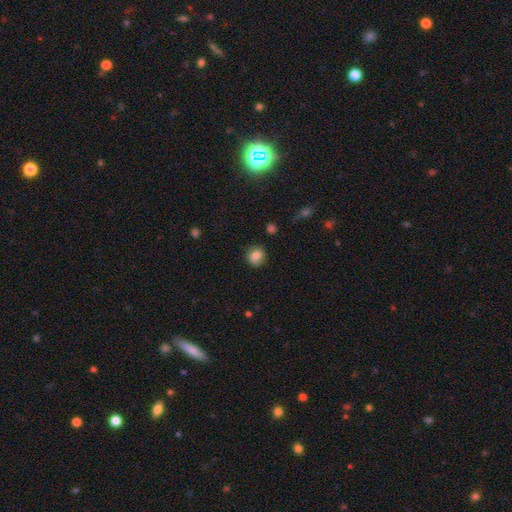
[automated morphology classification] A smooth galaxy with no disk features (80%) that is round (75%).

Vote fractions:
- Smooth or featured? smooth: 80% / featured or disk: 11% / star or artifact: 10%
- How rounded? round: 75% / in between: 24% / cigar-shaped: 1%
- Merging? none: 81% / minor disturbance: 14% / major disturbance: 4% / merger: 2%